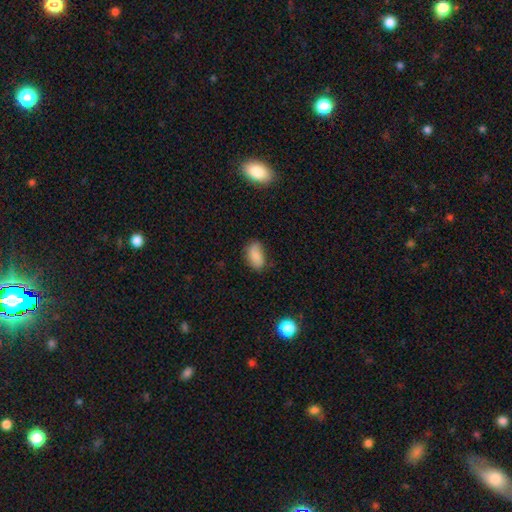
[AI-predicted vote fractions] smooth_or_featured: smooth (p=0.83) [alt: star or artifact p=0.09]
how_rounded: in between (p=0.92) [alt: round p=0.05]
merging: none (p=0.68) [alt: minor disturbance p=0.25]